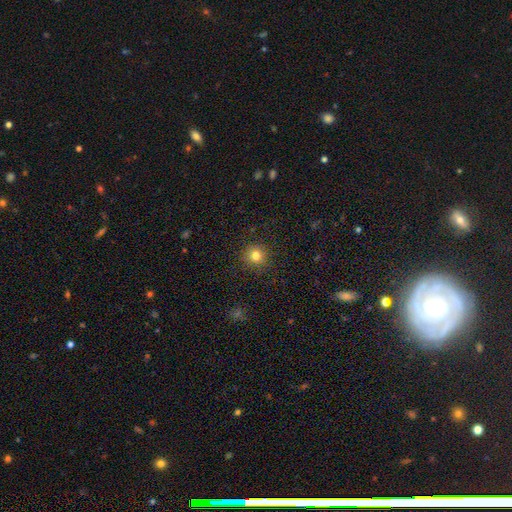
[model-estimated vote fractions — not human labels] Q: Smooth or featured?
A: smooth (81%); runner-up: star or artifact (13%)
Q: How rounded?
A: round (94%); runner-up: in between (6%)
Q: Merging?
A: none (89%); runner-up: minor disturbance (7%)